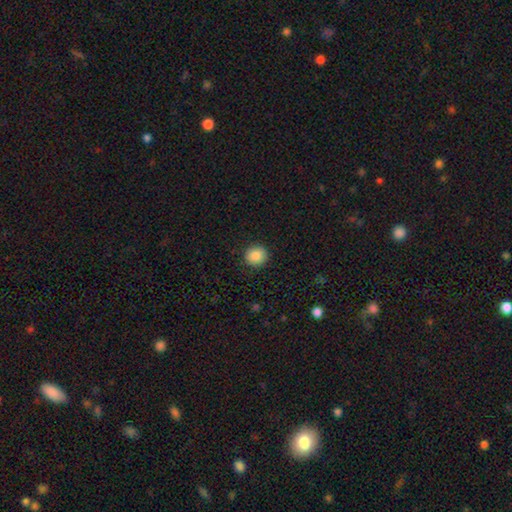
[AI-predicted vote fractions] Overall: smooth (88%). How rounded: round (89%). Merging: none (90%).